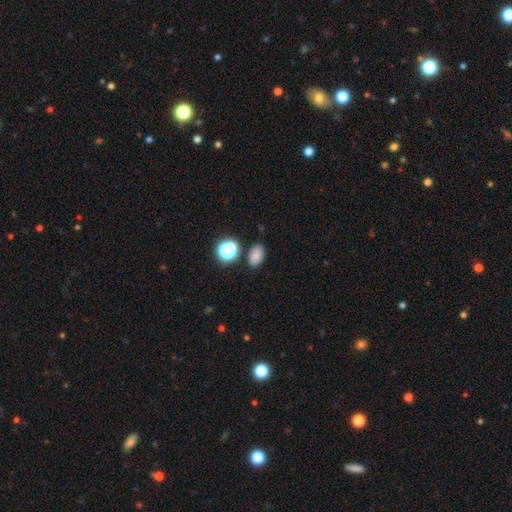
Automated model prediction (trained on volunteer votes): Smooth or featured?
  - smooth: 78% *
  - star or artifact: 15%
  - featured or disk: 7%
How rounded?
  - in between: 81% *
  - round: 18%
  - cigar-shaped: 1%
Merging?
  - none: 79% *
  - minor disturbance: 12%
  - merger: 6%
  - major disturbance: 3%